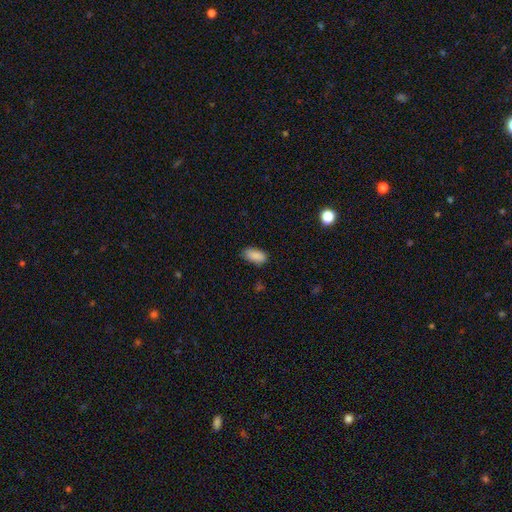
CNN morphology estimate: smooth 88%, star or artifact 8%, featured or disk 4%. Down the decision tree: how rounded — in between (92%); merging — none (80%).